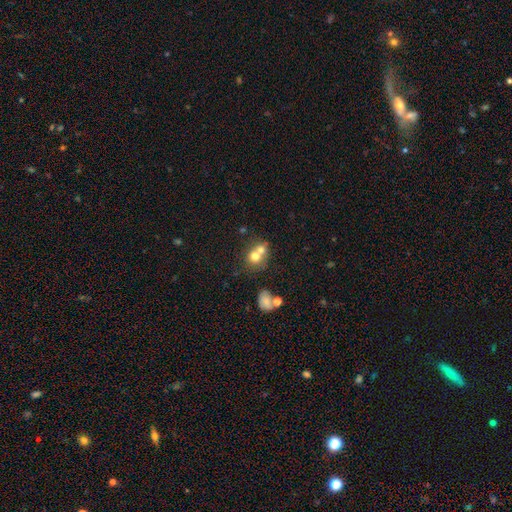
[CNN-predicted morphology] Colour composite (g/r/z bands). It shows a smooth galaxy with no disk features (69%) that is round (75%). Merging: merger (57%).